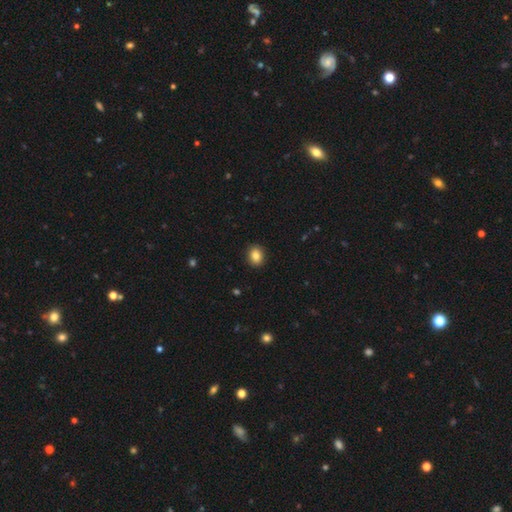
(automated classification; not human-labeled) The model was most divided on "how rounded": round: 56%, in between: 43%, cigar-shaped: 1%. More confident: merging — none (91%); smooth or featured — smooth (84%).